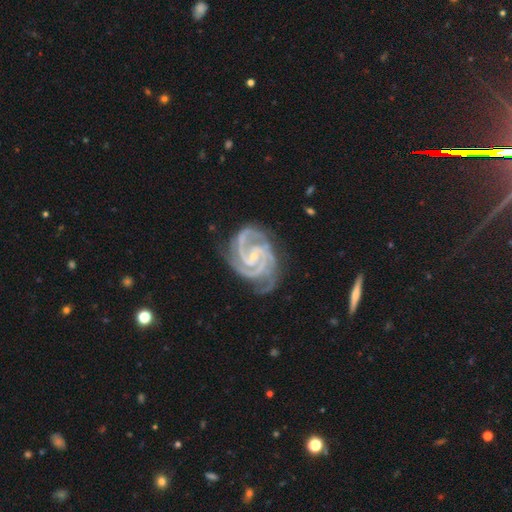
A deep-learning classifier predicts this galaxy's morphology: A featured or disk galaxy (93%) with a weak bar (42%), 3 (43%) tight (64%) spiral arms (99%) and a small central bulge (72%). Merging: none (75%).